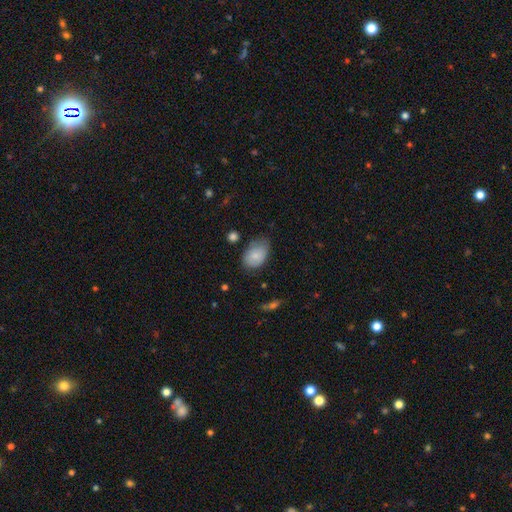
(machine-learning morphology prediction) Overall: smooth (82%). How rounded: in between (86%). Merging: none (59%; minor disturbance 32%).